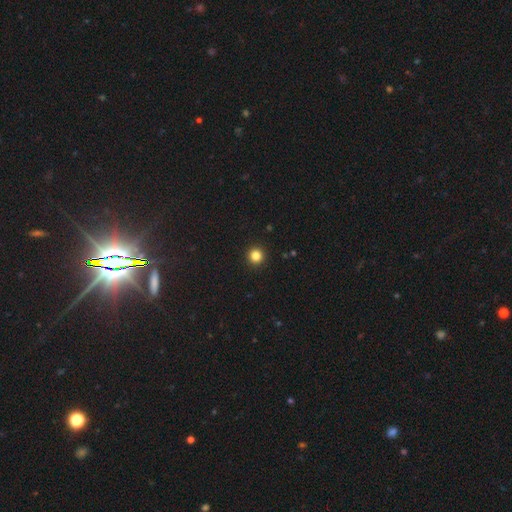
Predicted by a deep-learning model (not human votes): Q: Smooth or featured?
A: smooth (84%); runner-up: star or artifact (12%)
Q: How rounded?
A: round (95%); runner-up: in between (4%)
Q: Merging?
A: none (94%); runner-up: minor disturbance (4%)